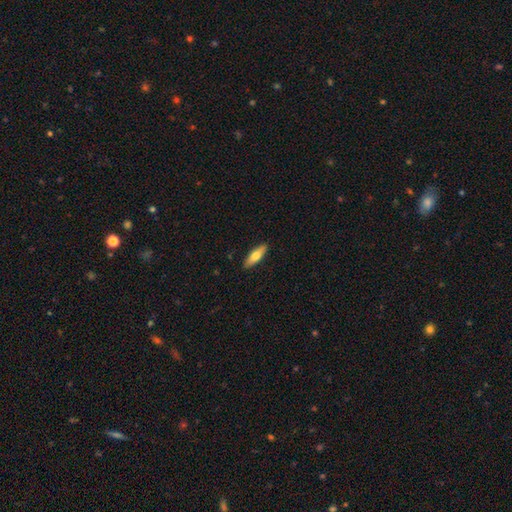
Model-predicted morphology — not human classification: A smooth galaxy with no disk features (66%) that is cigar-shaped (50%). Merging: none (89%).